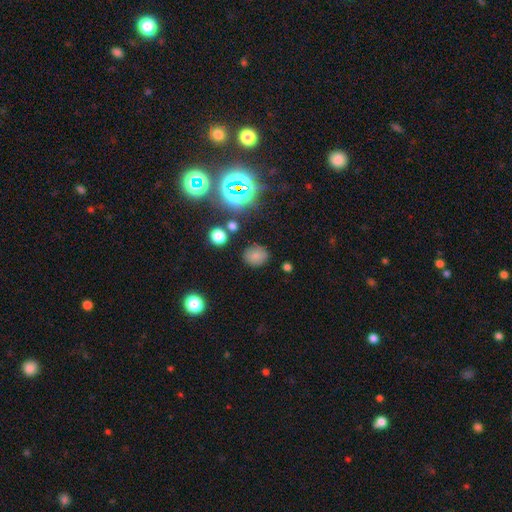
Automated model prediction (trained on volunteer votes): Smooth or featured? Predicted: smooth (p=0.72). How rounded? Predicted: round (p=0.66). Merging? Predicted: none (p=0.83).